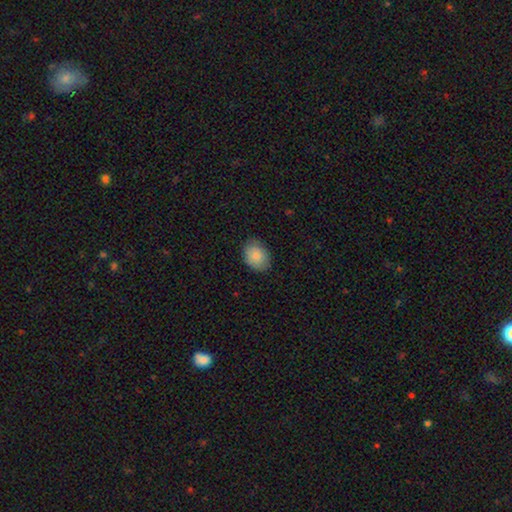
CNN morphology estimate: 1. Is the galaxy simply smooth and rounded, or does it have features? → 85% smooth, 8% featured or disk, 7% star or artifact.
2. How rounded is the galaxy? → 68% in between, 32% round, 1% cigar-shaped.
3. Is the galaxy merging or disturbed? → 82% none, 14% minor disturbance, 3% major disturbance, 1% merger.